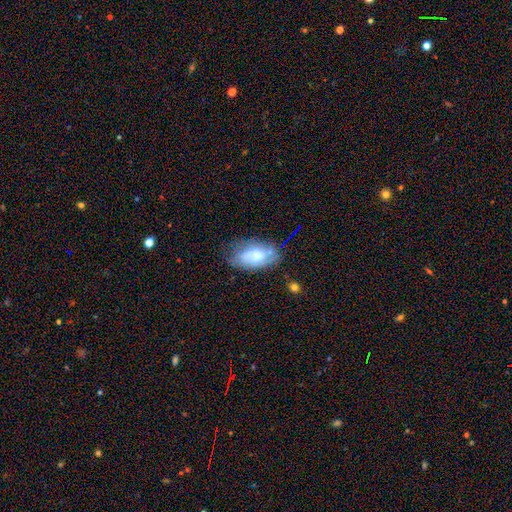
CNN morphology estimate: type=smooth (47%); merging=none (53%).